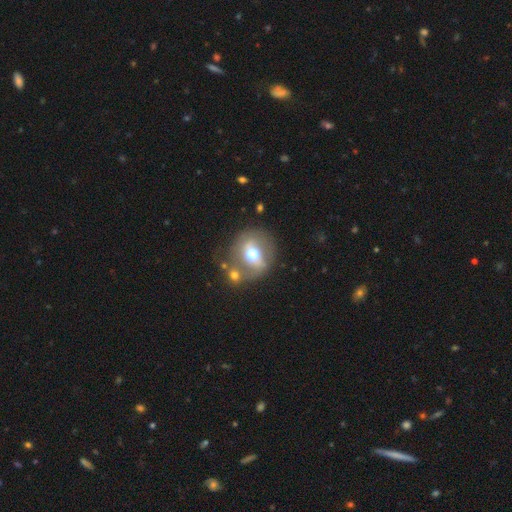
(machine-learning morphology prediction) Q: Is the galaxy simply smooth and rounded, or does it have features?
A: featured or disk — 47%.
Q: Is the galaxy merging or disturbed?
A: none — 61%.